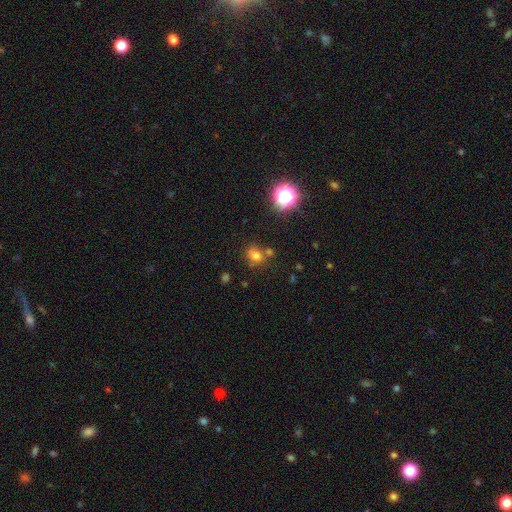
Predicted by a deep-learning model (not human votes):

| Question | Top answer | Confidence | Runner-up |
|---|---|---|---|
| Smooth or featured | smooth | 68% | star or artifact (22%) |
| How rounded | round | 62% | in between (36%) |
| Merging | none | 59% | merger (20%) |